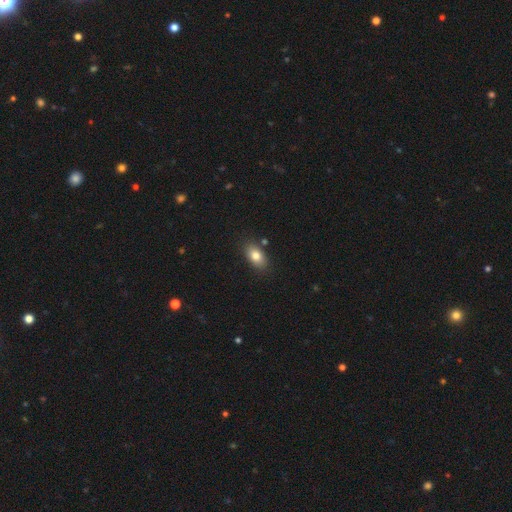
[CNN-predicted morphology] Smooth or featured?
  - smooth: 81% *
  - featured or disk: 11%
  - star or artifact: 8%
How rounded?
  - in between: 89% *
  - round: 9%
  - cigar-shaped: 3%
Merging?
  - none: 82% *
  - minor disturbance: 11%
  - merger: 4%
  - major disturbance: 3%